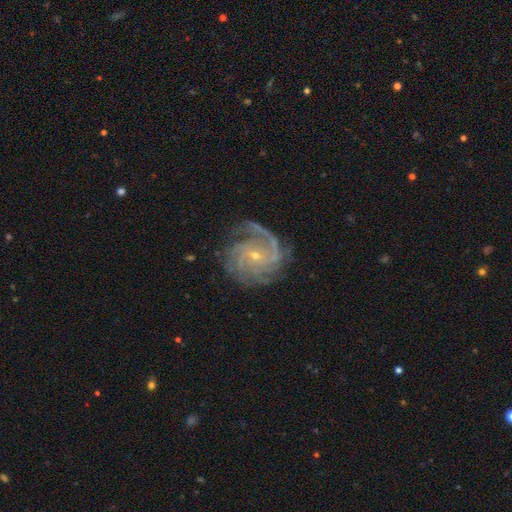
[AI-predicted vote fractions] Overall: featured or disk (90%). Edge-on disk: no (98%). Bar: no (60%; weak 31%). Spiral arms: yes (98%). Spiral arm count: 3 (28%; 4 22%). Spiral winding: tight (59%; medium 34%). Bulge size: small (80%). Merging: none (74%).